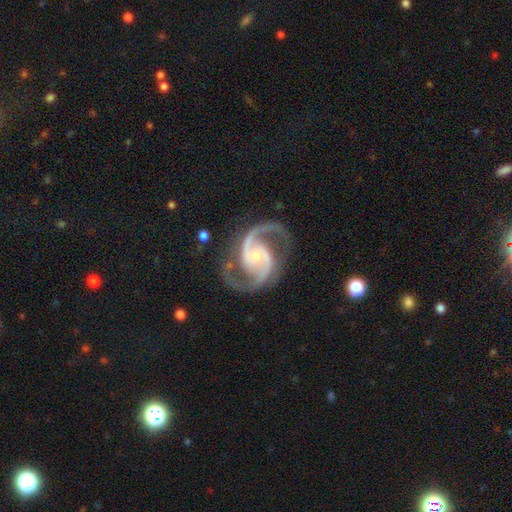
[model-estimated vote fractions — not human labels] A featured or disk galaxy (94%) with no bar (53%), 2 (93%) medium (67%) spiral arms (99%) and a small central bulge (64%). Merging: none (78%).